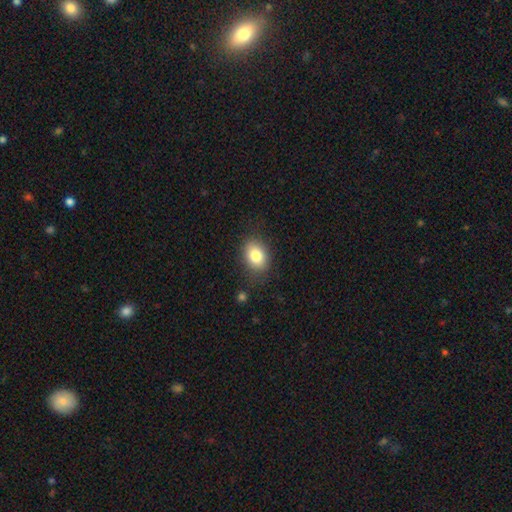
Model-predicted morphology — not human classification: Smooth or featured?
  - smooth: 82% *
  - featured or disk: 9%
  - star or artifact: 9%
How rounded?
  - in between: 74% *
  - round: 25%
  - cigar-shaped: 1%
Merging?
  - none: 81% *
  - minor disturbance: 13%
  - major disturbance: 4%
  - merger: 2%